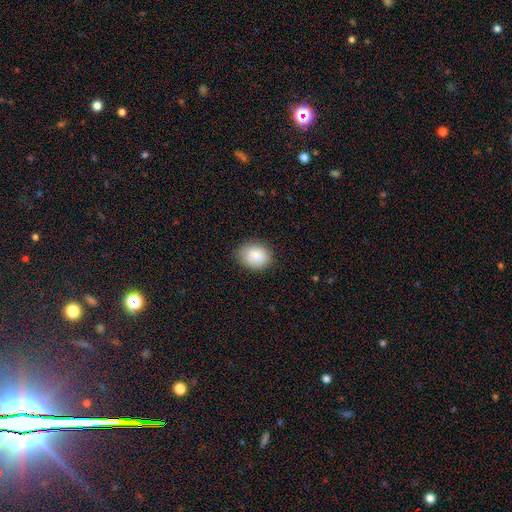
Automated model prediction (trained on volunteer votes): smooth-or-featured: smooth: 87% | star or artifact: 7% | featured or disk: 6%
  how-rounded: in between: 50% | round: 49% | cigar-shaped: 1%
  merging: none: 82% | minor disturbance: 14% | major disturbance: 3% | merger: 1%